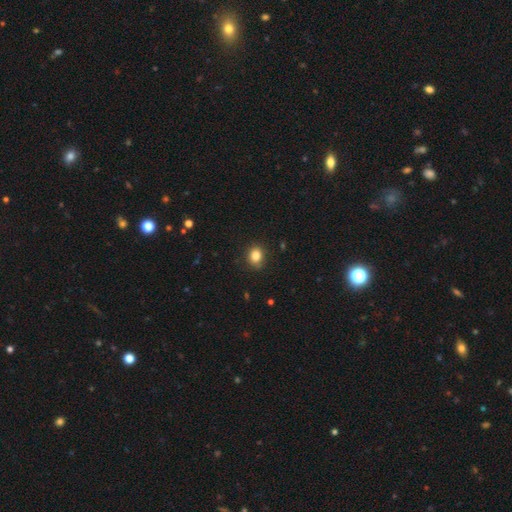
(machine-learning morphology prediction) Smooth or featured? Predicted: smooth (p=0.84). How rounded? Predicted: round (p=0.62). Merging? Predicted: none (p=0.84).